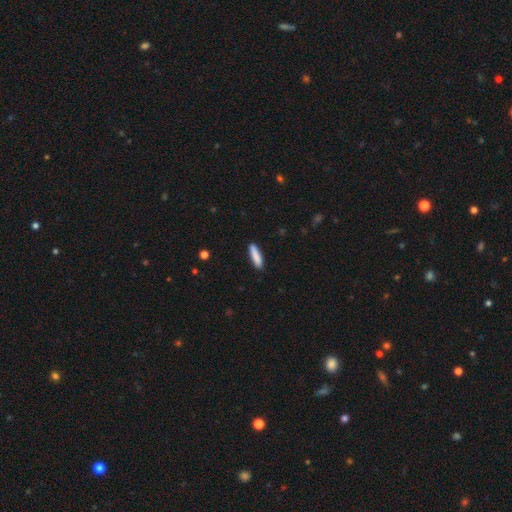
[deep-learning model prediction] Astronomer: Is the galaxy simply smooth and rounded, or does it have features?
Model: smooth — 87%.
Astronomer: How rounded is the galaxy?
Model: cigar-shaped — 81%.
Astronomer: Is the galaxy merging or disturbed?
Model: none — 89%.